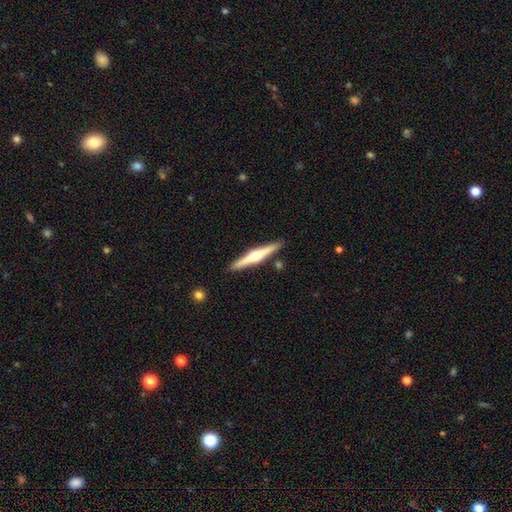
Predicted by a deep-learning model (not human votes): Q: Smooth or featured?
A: featured or disk (74%); runner-up: smooth (21%)
Q: Edge-on disk?
A: yes (98%); runner-up: no (2%)
Q: Edge-on bulge?
A: rounded (94%); runner-up: boxy (3%)
Q: Merging?
A: none (90%); runner-up: minor disturbance (7%)